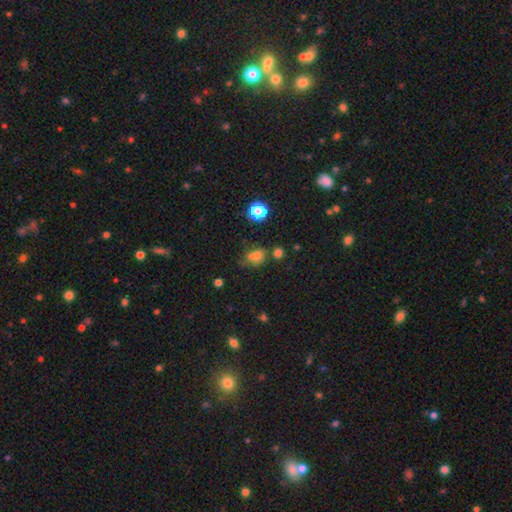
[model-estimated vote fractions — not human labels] This is likely a smooth galaxy (63%). How rounded: possibly round (58%). Merging: possibly none (46%).